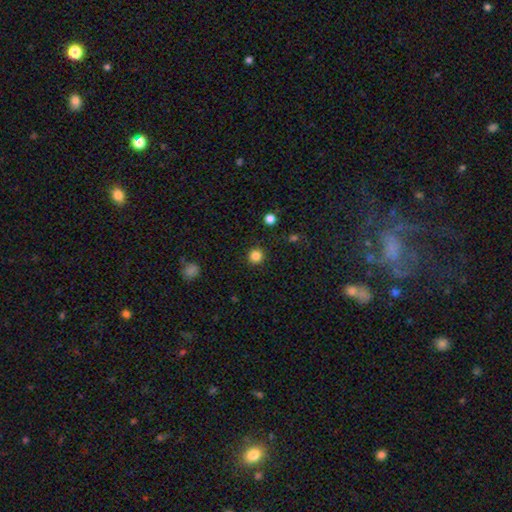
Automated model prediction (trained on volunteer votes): smooth_or_featured: smooth (p=0.84) [alt: star or artifact p=0.12]
how_rounded: round (p=0.95) [alt: in between p=0.04]
merging: none (p=0.92) [alt: minor disturbance p=0.05]